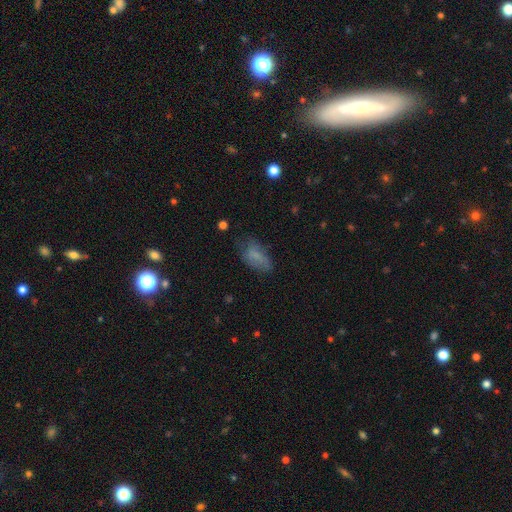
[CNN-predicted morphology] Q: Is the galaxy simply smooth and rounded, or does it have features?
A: smooth — 71%.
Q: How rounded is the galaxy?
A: in between — 88%.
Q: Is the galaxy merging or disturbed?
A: none — 49%.